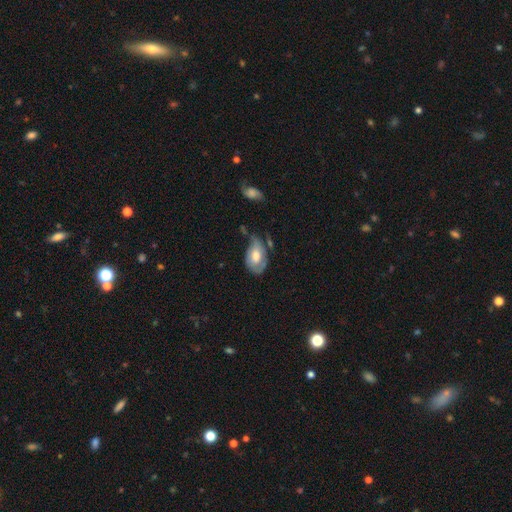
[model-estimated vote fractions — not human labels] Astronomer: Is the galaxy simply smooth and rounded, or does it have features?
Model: smooth — 51% (runner-up: featured or disk, 43%).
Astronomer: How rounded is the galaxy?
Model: in between — 89%.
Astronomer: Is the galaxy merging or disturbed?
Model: minor disturbance — 37% (runner-up: none, 36%).